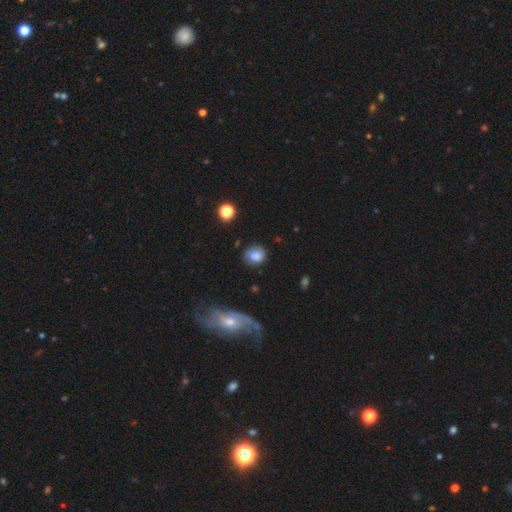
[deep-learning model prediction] Overall: smooth (80%). How rounded: round (60%; in between 38%). Merging: none (71%).